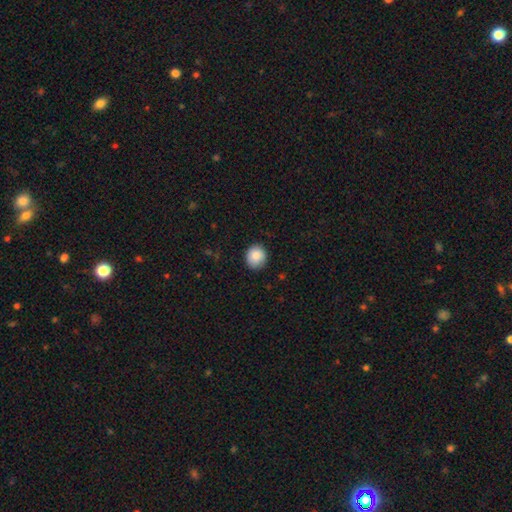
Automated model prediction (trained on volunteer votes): Q: Smooth or featured?
A: smooth (87%); runner-up: star or artifact (8%)
Q: How rounded?
A: round (81%); runner-up: in between (18%)
Q: Merging?
A: none (88%); runner-up: minor disturbance (9%)